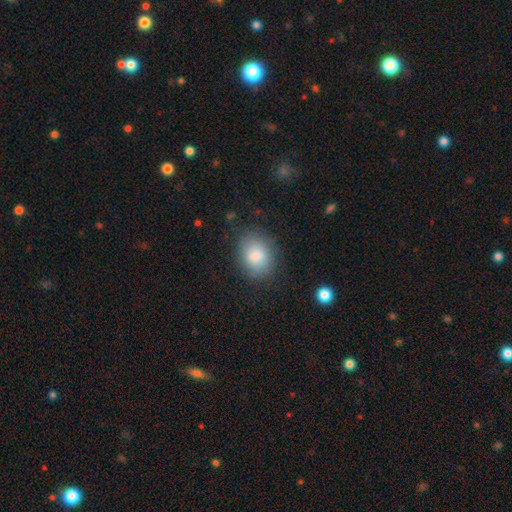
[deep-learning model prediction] Smooth or featured: smooth — 84% (featured or disk — 8%)
How rounded: in between — 53% (round — 46%)
Merging: none — 80% (minor disturbance — 14%)